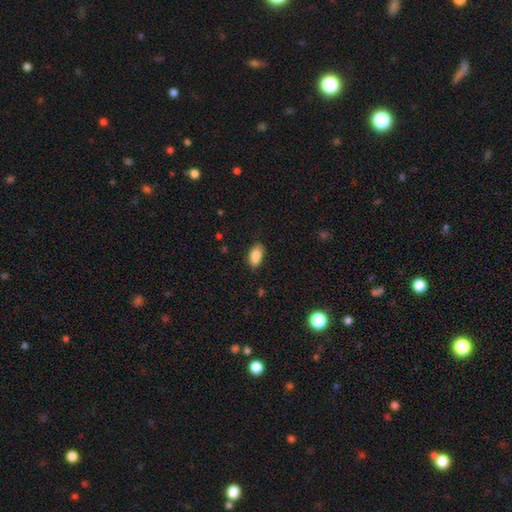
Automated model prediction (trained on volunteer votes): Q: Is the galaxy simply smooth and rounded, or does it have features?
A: smooth — 84%.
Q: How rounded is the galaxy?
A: in between — 91%.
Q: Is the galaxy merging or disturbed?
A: none — 73%.